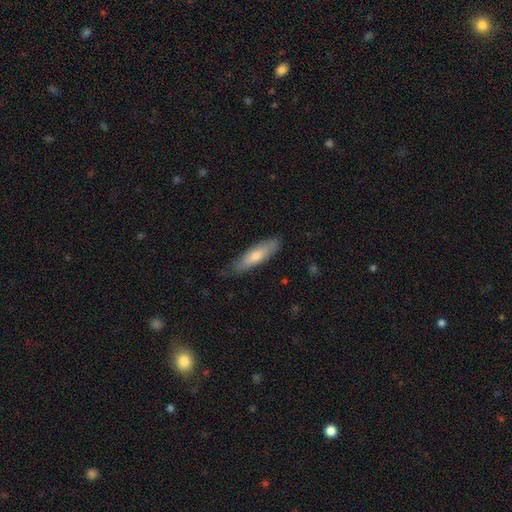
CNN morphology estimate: smooth-or-featured: smooth: 68% | featured or disk: 26% | star or artifact: 6%
  how-rounded: cigar-shaped: 67% | in between: 31% | round: 2%
  merging: none: 75% | minor disturbance: 20% | major disturbance: 3% | merger: 1%